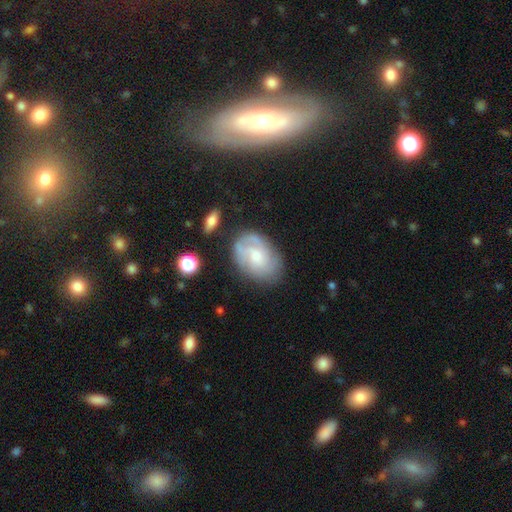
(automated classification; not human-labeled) Smooth or featured? Predicted: featured or disk (p=0.60). Edge-on disk? Predicted: no (p=0.96). Bar? Predicted: no (p=0.66). Spiral arms? Predicted: yes (p=0.81). Bulge size? Predicted: moderate (p=0.42, tied with small). Merging? Predicted: none (p=0.66).